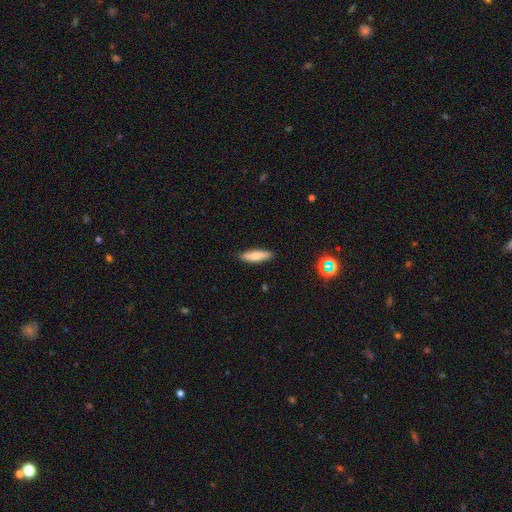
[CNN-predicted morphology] A smooth galaxy with no disk features (79%) that is cigar-shaped (59%).

Vote fractions:
- Smooth or featured? smooth: 79% / featured or disk: 14% / star or artifact: 7%
- How rounded? cigar-shaped: 59% / in between: 39% / round: 2%
- Merging? none: 88% / minor disturbance: 9% / major disturbance: 2% / merger: 1%